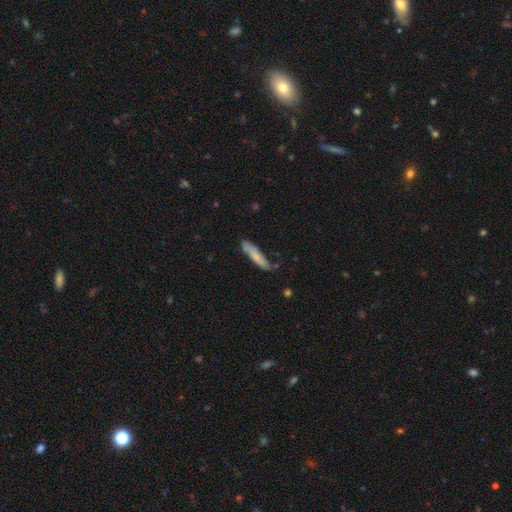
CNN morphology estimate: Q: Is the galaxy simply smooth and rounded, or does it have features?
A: smooth — 68%.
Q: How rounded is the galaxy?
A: cigar-shaped — 82%.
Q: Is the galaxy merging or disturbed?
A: none — 67%.